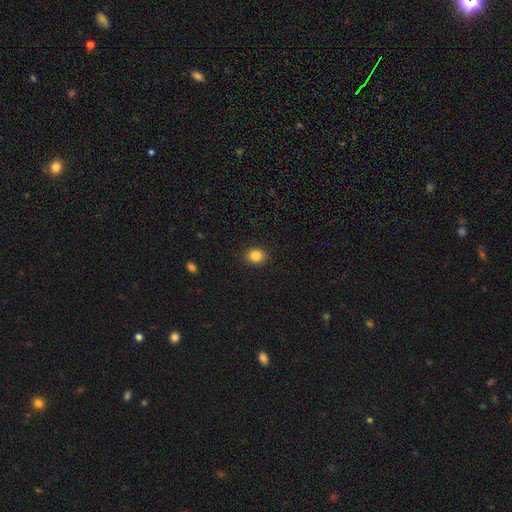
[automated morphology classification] type=smooth (86%); roundness=round (68%); merging=none (90%).